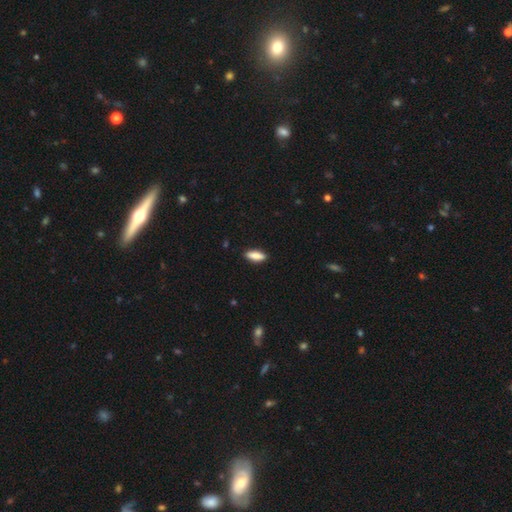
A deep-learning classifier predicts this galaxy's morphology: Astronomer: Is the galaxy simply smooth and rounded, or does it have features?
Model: smooth — 85%.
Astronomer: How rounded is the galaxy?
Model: in between — 65%.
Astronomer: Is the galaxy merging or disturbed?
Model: none — 88%.